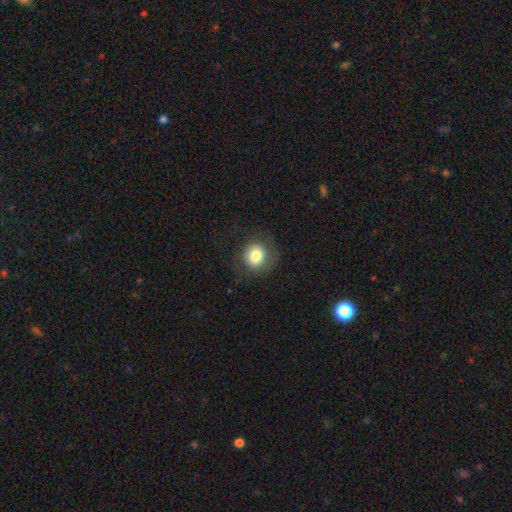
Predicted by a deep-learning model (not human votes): Q: Smooth or featured?
A: smooth (79%); runner-up: featured or disk (11%)
Q: How rounded?
A: round (80%); runner-up: in between (19%)
Q: Merging?
A: none (77%); runner-up: minor disturbance (14%)